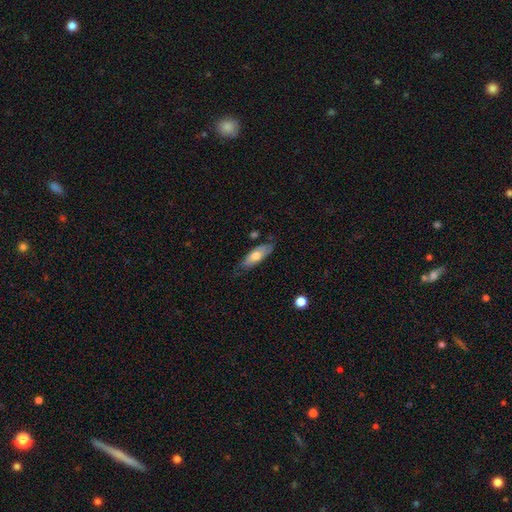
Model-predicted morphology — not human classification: The model was most divided on "smooth or featured": smooth: 63%, featured or disk: 31%, star or artifact: 6%. More confident: how rounded — in between (70%); merging — none (69%).